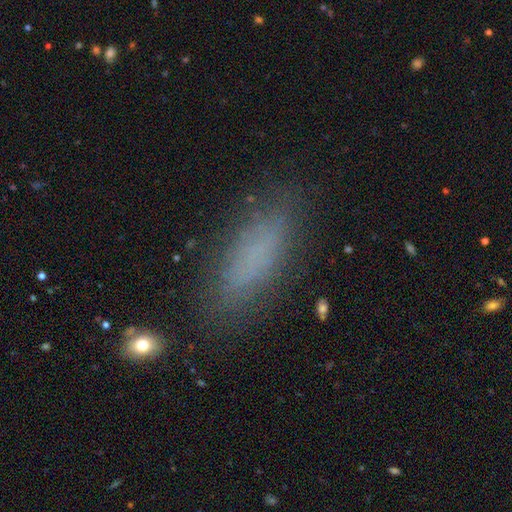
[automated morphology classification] The model was most divided on "how rounded": in between: 54%, cigar-shaped: 43%, round: 3%. More confident: merging — none (78%); smooth or featured — smooth (68%).